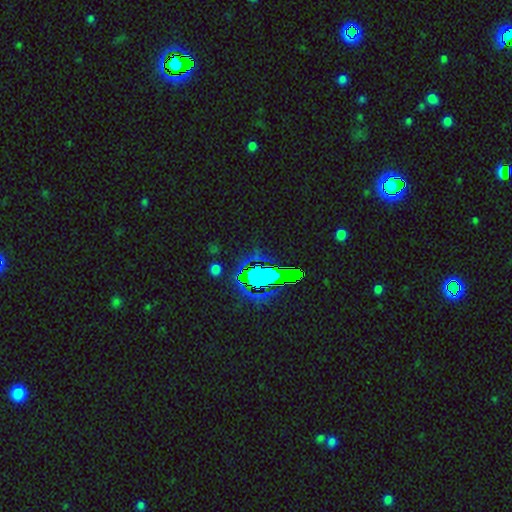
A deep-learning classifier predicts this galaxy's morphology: Smooth or featured?
  - star or artifact: 76% *
  - smooth: 14%
  - featured or disk: 11%